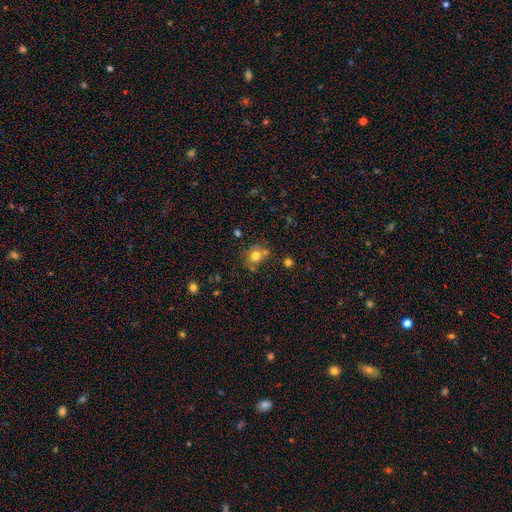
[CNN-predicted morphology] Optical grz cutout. It shows a smooth galaxy with no disk features (75%) that is round (68%). Merging: none (60%).